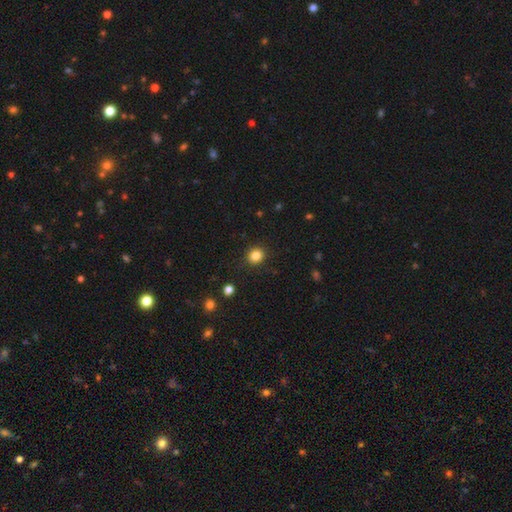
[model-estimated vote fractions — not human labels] Smooth or featured: smooth — 84% (star or artifact — 12%)
How rounded: round — 84% (in between — 15%)
Merging: none — 90% (minor disturbance — 7%)